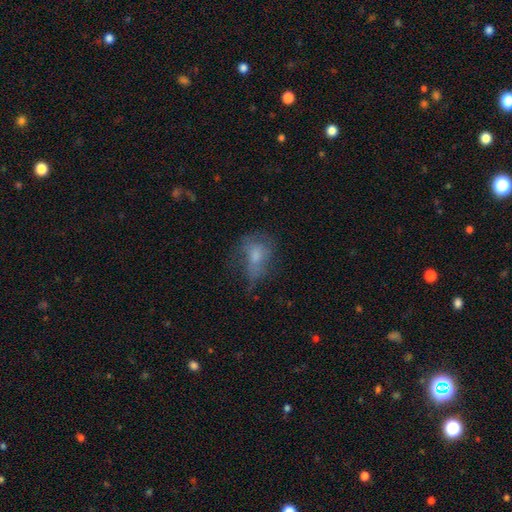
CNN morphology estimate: Q: Smooth or featured?
A: smooth (54%); runner-up: featured or disk (33%)
Q: How rounded?
A: in between (66%); runner-up: round (32%)
Q: Merging?
A: none (38%); runner-up: major disturbance (34%)